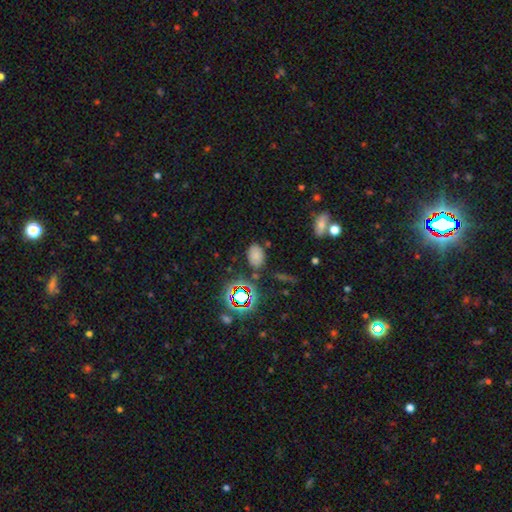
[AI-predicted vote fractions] Morphology: type=smooth (71%); roundness=in between (83%); merging=none (76%).